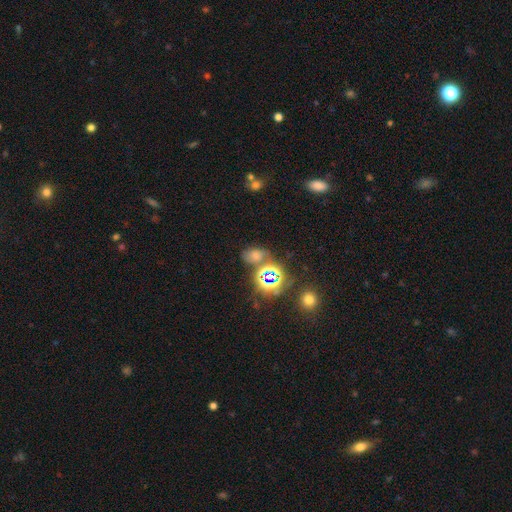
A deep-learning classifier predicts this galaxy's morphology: smooth-or-featured: smooth: 47% | star or artifact: 43% | featured or disk: 11%
  merging: none: 61% | merger: 16% | minor disturbance: 16% | major disturbance: 7%